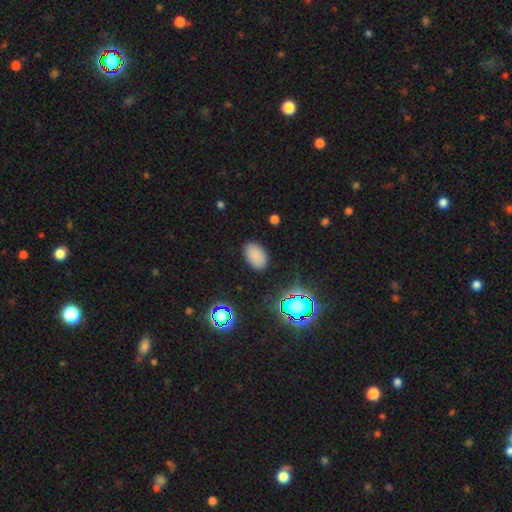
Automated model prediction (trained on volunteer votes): Smooth or featured? smooth (81%)
How rounded? in between (91%)
Merging? none (87%)